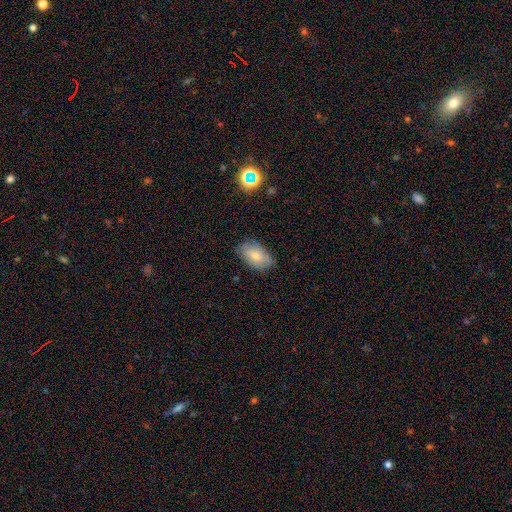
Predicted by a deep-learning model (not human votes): smooth_or_featured: smooth (p=0.70) [alt: featured or disk p=0.22]
how_rounded: in between (p=0.92) [alt: round p=0.06]
merging: none (p=0.77) [alt: minor disturbance p=0.18]